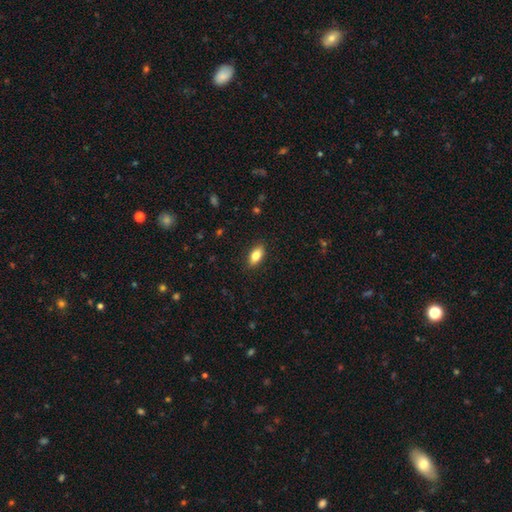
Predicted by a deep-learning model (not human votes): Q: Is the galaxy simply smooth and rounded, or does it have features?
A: smooth — 80%.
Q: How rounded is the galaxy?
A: in between — 87%.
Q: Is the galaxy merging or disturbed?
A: none — 88%.